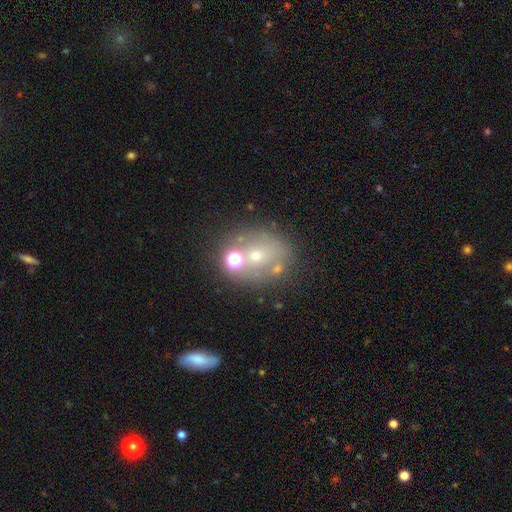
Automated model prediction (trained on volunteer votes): This appears to be a smooth galaxy with no disk features (48%). Merging: none (57%).